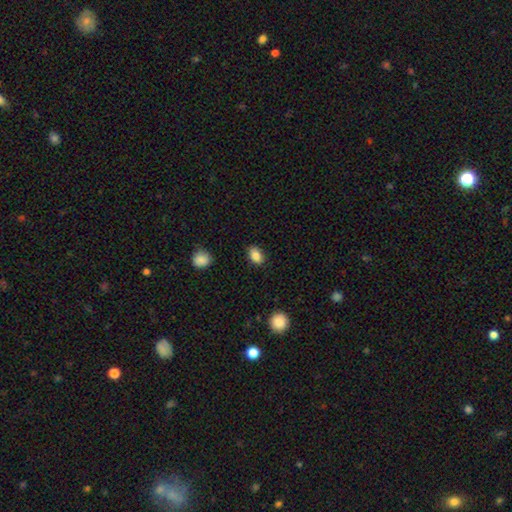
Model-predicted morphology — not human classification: Smooth or featured?
  - smooth: 86% *
  - star or artifact: 9%
  - featured or disk: 5%
How rounded?
  - in between: 81% *
  - round: 17%
  - cigar-shaped: 2%
Merging?
  - none: 86% *
  - minor disturbance: 10%
  - major disturbance: 2%
  - merger: 1%